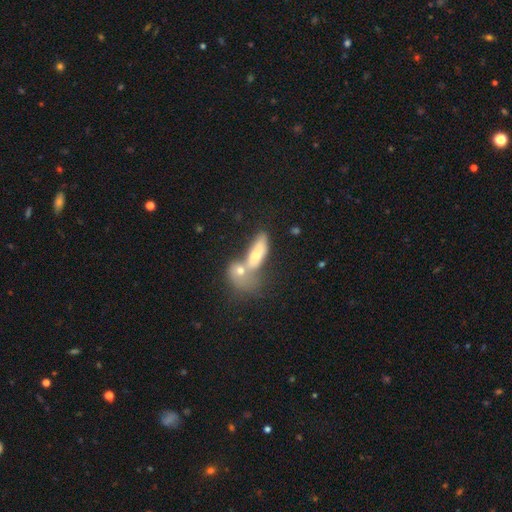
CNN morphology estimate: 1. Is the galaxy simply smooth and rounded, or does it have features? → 64% smooth, 27% featured or disk, 9% star or artifact.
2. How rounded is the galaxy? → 61% in between, 32% cigar-shaped, 8% round.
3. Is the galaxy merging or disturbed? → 63% merger, 21% none, 8% minor disturbance, 8% major disturbance.